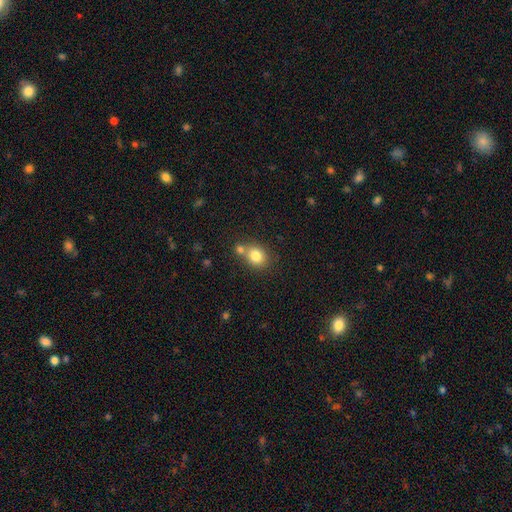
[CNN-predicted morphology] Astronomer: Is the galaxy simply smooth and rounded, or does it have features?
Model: smooth — 81%.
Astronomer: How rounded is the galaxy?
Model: round — 63%.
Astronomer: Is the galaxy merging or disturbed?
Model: none — 53% (runner-up: merger, 33%).